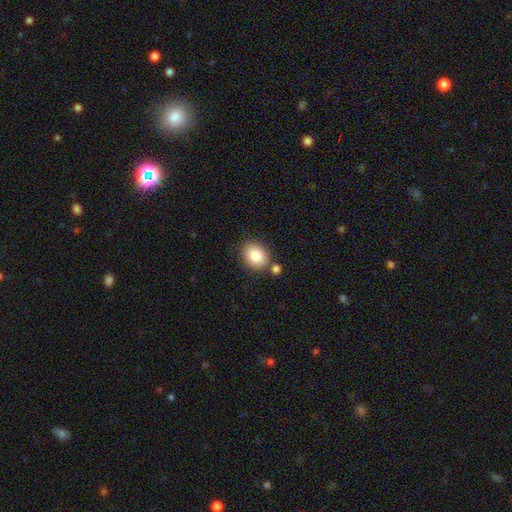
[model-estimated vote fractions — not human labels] smooth 84%, star or artifact 8%, featured or disk 7%. Down the decision tree: how rounded — round (50%, tied with in between); merging — none (74%).